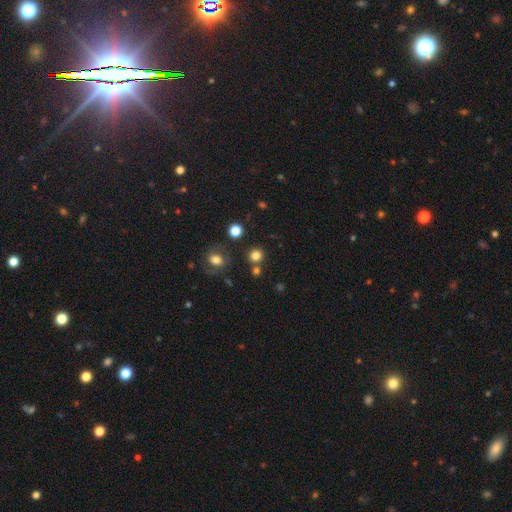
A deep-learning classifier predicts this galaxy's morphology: Smooth or featured? Predicted: smooth (p=0.80). How rounded? Predicted: round (p=0.88). Merging? Predicted: none (p=0.80).